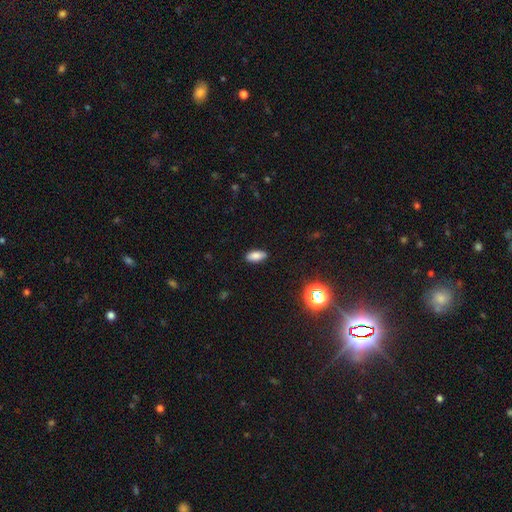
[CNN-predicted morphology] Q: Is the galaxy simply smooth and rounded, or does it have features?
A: smooth — 82%.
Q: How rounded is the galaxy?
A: in between — 86%.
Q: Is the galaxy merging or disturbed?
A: none — 86%.